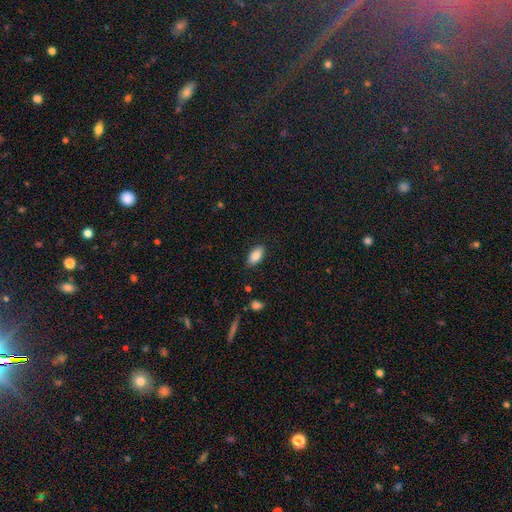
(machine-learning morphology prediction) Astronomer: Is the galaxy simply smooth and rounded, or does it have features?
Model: smooth — 84%.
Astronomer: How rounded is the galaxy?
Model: in between — 92%.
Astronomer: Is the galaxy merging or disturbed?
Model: none — 87%.